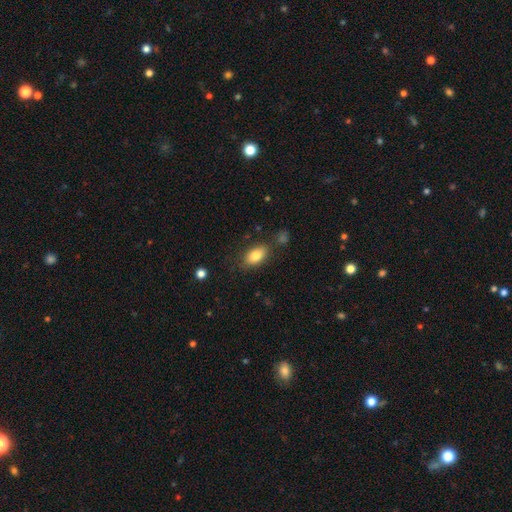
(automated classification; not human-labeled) smooth_or_featured: smooth (p=0.81) [alt: featured or disk p=0.11]
how_rounded: in between (p=0.89) [alt: round p=0.07]
merging: none (p=0.78) [alt: minor disturbance p=0.14]